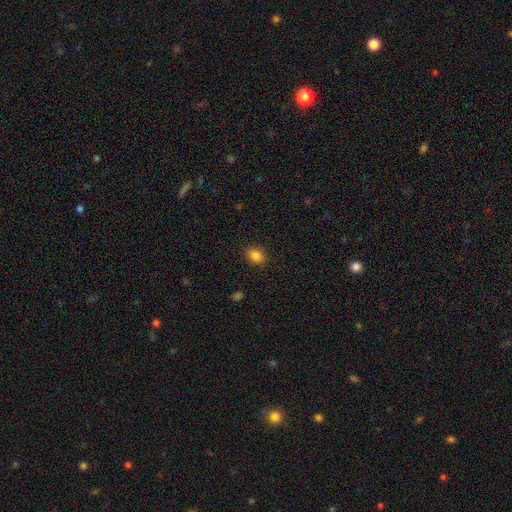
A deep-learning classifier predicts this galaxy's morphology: type=smooth (84%); roundness=round (57%); merging=none (87%).